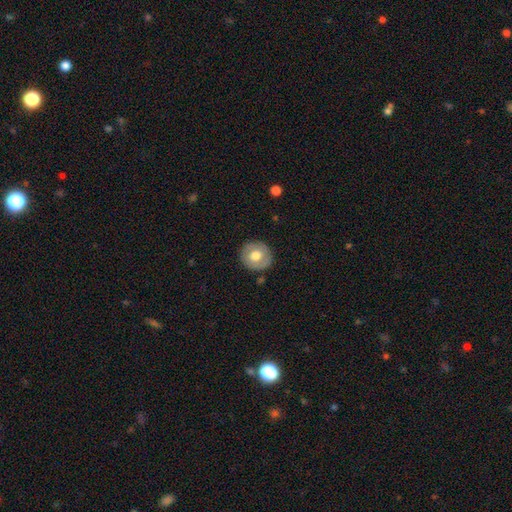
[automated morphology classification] smooth 63%, featured or disk 30%, star or artifact 6%. Down the decision tree: how rounded — round (90%); merging — none (86%).